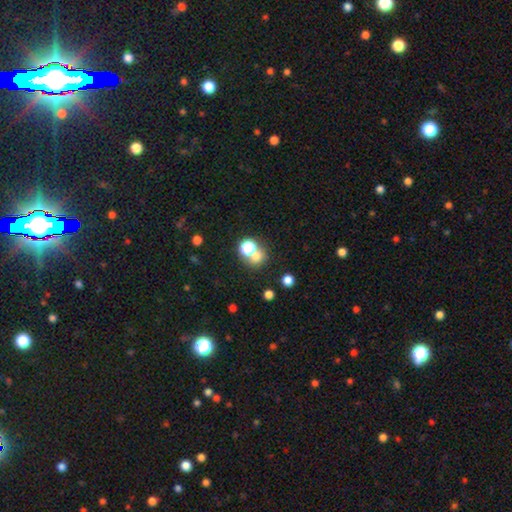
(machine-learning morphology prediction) A smooth galaxy with no disk features (66%) that is round (78%). Merging: none (49%).